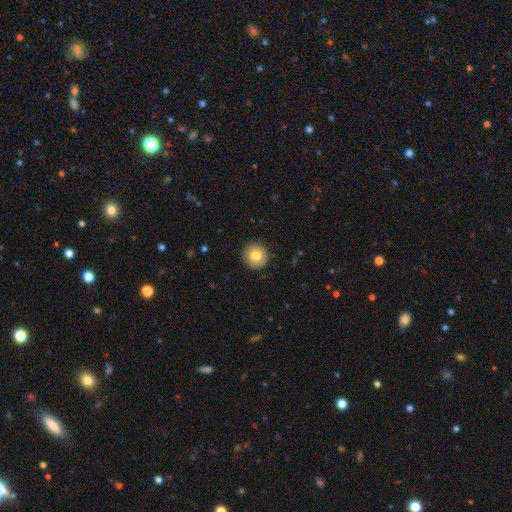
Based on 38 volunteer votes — Overall: smooth (79%). How rounded: round (90%). Merging: none (89%).